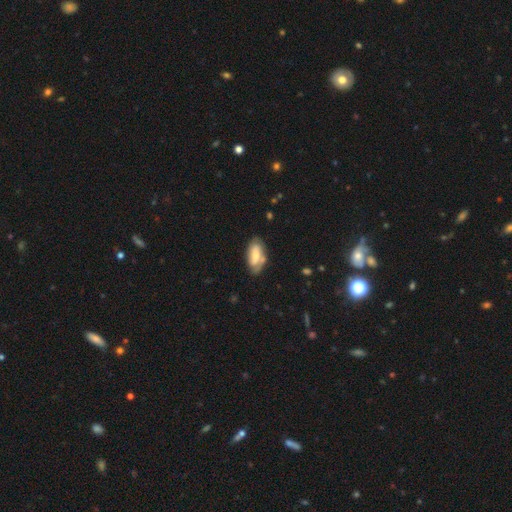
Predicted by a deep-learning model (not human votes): A smooth galaxy with no disk features (58%) that is in between round and cigar-shaped (88%). Merging: none (63%).